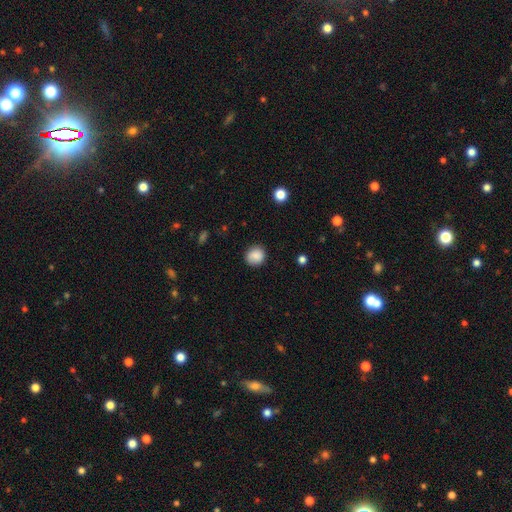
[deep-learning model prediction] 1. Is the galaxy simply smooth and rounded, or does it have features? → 86% smooth, 9% star or artifact, 5% featured or disk.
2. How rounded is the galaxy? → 82% round, 17% in between, 1% cigar-shaped.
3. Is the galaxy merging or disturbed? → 84% none, 12% minor disturbance, 3% major disturbance, 1% merger.